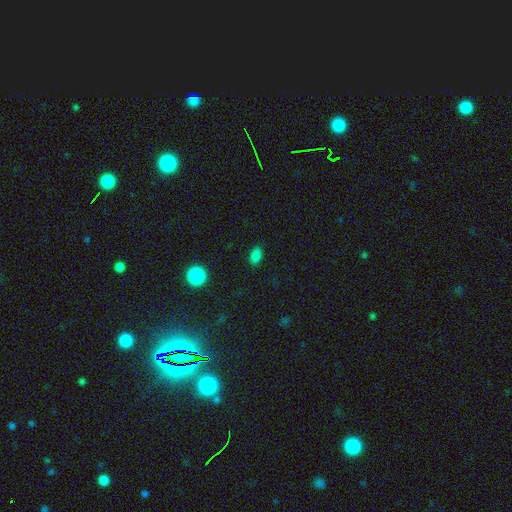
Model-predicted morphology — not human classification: The model was most divided on "smooth or featured": smooth: 82%, star or artifact: 15%, featured or disk: 4%. More confident: how rounded — in between (87%); merging — none (87%).